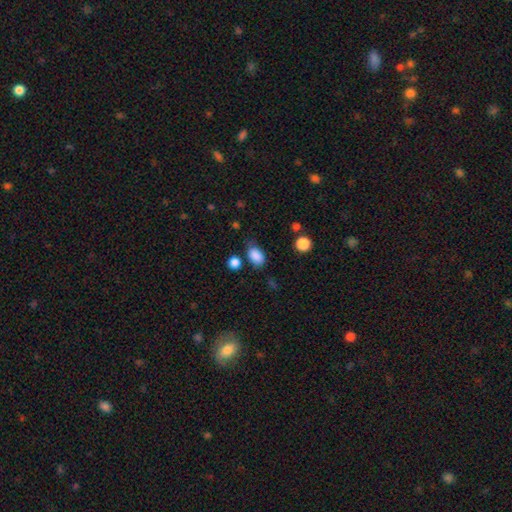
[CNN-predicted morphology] Smooth or featured?
  - smooth: 87% *
  - star or artifact: 9%
  - featured or disk: 4%
How rounded?
  - in between: 82% *
  - round: 17%
  - cigar-shaped: 1%
Merging?
  - none: 67% *
  - minor disturbance: 22%
  - major disturbance: 6%
  - merger: 5%